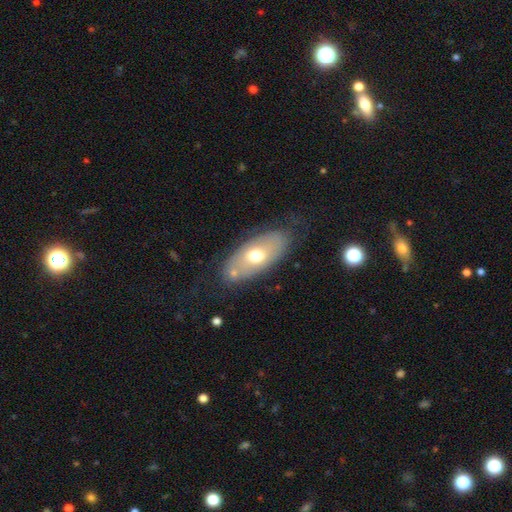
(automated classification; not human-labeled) The model was most divided on "smooth or featured": smooth: 58%, featured or disk: 34%, star or artifact: 7%. More confident: how rounded — in between (89%); merging — none (70%).